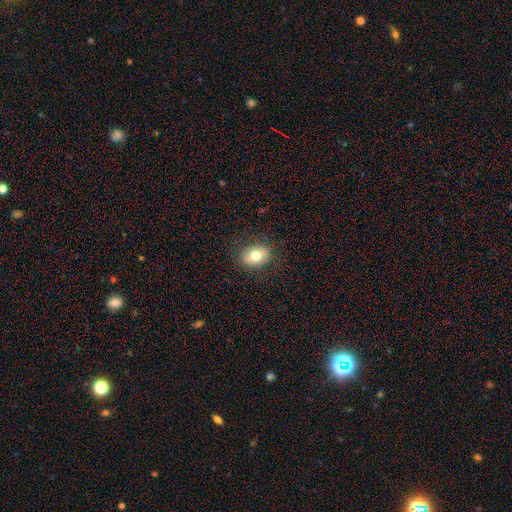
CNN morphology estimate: Overall: smooth (74%). How rounded: in between (62%; round 37%). Merging: none (84%).